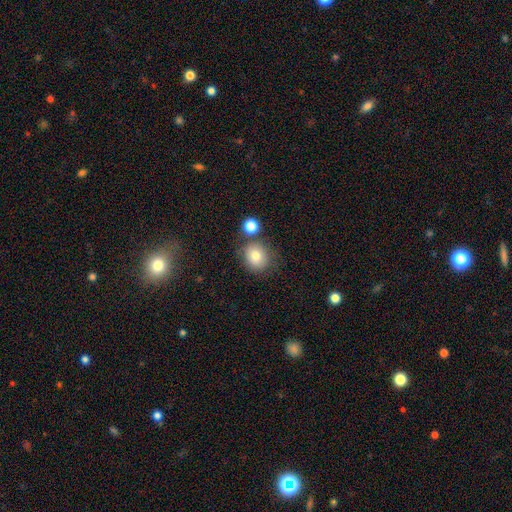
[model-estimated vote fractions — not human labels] Smooth or featured?
  - smooth: 79% *
  - star or artifact: 11%
  - featured or disk: 10%
How rounded?
  - round: 85% *
  - in between: 14%
  - cigar-shaped: 1%
Merging?
  - none: 70% *
  - merger: 14%
  - minor disturbance: 12%
  - major disturbance: 4%